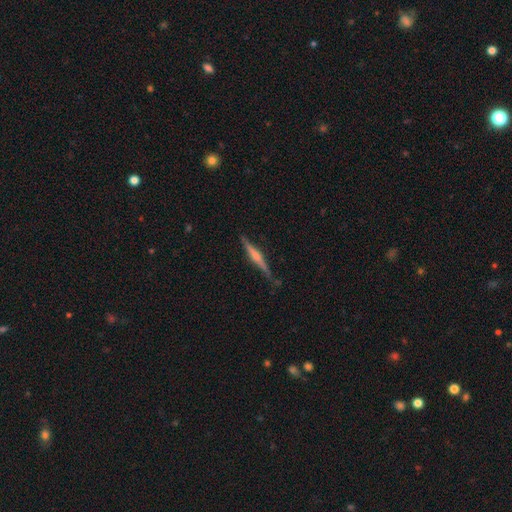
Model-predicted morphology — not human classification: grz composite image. It shows a featured or disk galaxy (65%) viewed edge-on (98%) with a rounded central bulge (65%). Merging: none (82%).